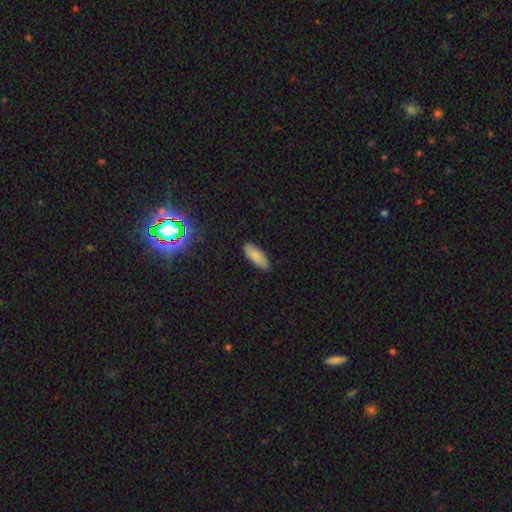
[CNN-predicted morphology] smooth_or_featured: smooth (p=0.87) [alt: star or artifact p=0.07]
how_rounded: in between (p=0.68) [alt: cigar-shaped p=0.30]
merging: none (p=0.88) [alt: minor disturbance p=0.09]